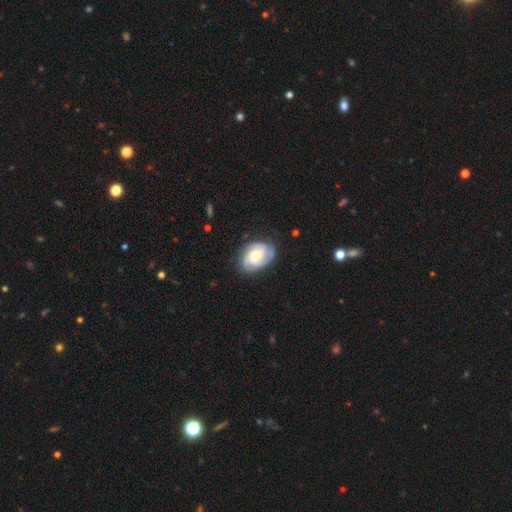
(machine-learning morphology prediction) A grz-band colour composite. It shows a featured or disk galaxy (81%) with no bar (61%), 3 (50%) tight (53%) spiral arms (97%) and a moderate central bulge (57%). Merging: none (75%).